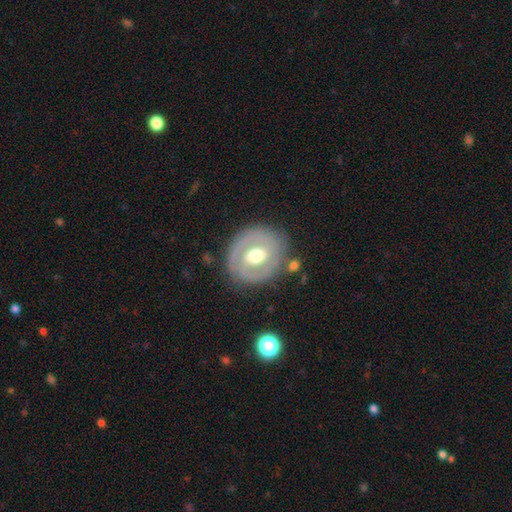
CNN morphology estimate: A featured or disk galaxy (69%) with no bar (43%), no spiral arms (53%) and a moderate central bulge (71%).

Vote fractions:
- Smooth or featured? featured or disk: 69% / smooth: 26% / star or artifact: 5%
- Edge-on disk? no: 96% / yes: 4%
- Bar? no: 43% / weak: 38% / strong: 19%
- Spiral arms? no: 53% / yes: 47%
- Bulge size? moderate: 71% / large: 17% / small: 9% / dominant: 1% / none: 1%
- Merging? none: 76% / minor disturbance: 15% / major disturbance: 6% / merger: 3%